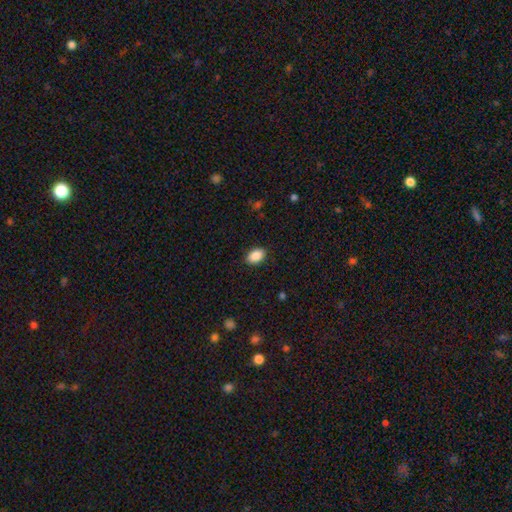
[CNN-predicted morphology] smooth 90%, star or artifact 7%, featured or disk 3%. Down the decision tree: how rounded — in between (87%); merging — none (88%).